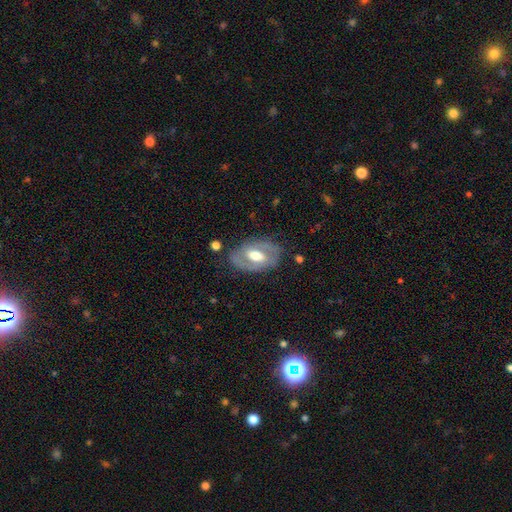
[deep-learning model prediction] smooth_or_featured: featured or disk (p=0.70) [alt: smooth p=0.25]
disk_edge_on: no (p=0.94) [alt: yes p=0.06]
bar: weak (p=0.44) [alt: no p=0.29]
has_spiral_arms: yes (p=0.63) [alt: no p=0.37]
bulge_size: moderate (p=0.66) [alt: large p=0.22]
merging: none (p=0.76) [alt: minor disturbance p=0.16]